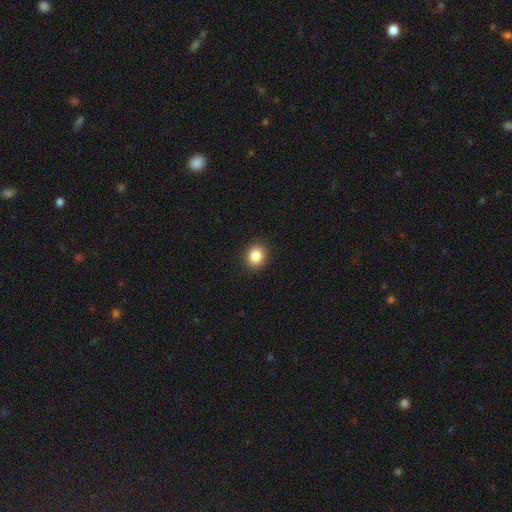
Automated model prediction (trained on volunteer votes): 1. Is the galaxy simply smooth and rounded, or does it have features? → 86% smooth, 10% star or artifact, 5% featured or disk.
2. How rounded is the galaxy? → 67% round, 32% in between, 1% cigar-shaped.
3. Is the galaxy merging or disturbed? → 90% none, 7% minor disturbance, 2% major disturbance, 1% merger.